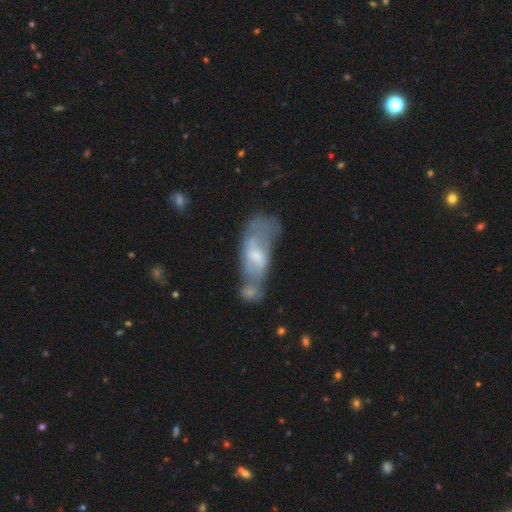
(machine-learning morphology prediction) Smooth or featured?
  - featured or disk: 53% *
  - smooth: 38%
  - star or artifact: 9%
Edge-on disk?
  - no: 87% *
  - yes: 13%
Merging?
  - merger: 39% *
  - none: 22%
  - major disturbance: 21%
  - minor disturbance: 18%